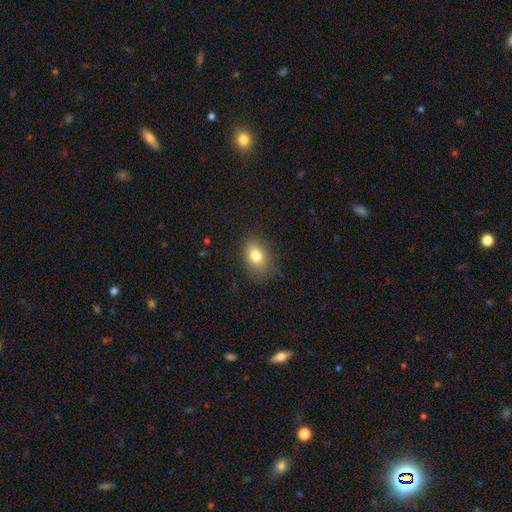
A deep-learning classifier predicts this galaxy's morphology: The model was most divided on "how rounded": in between: 77%, round: 21%, cigar-shaped: 1%. More confident: merging — none (83%); smooth or featured — smooth (80%).